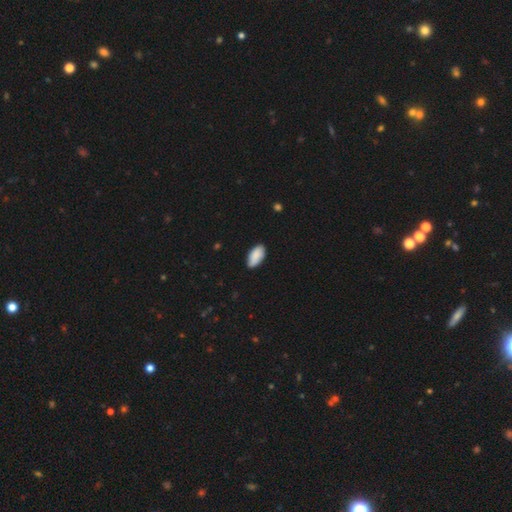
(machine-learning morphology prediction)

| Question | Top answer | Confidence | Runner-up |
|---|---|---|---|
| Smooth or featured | smooth | 87% | featured or disk (7%) |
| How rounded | in between | 94% | cigar-shaped (4%) |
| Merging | none | 81% | minor disturbance (16%) |